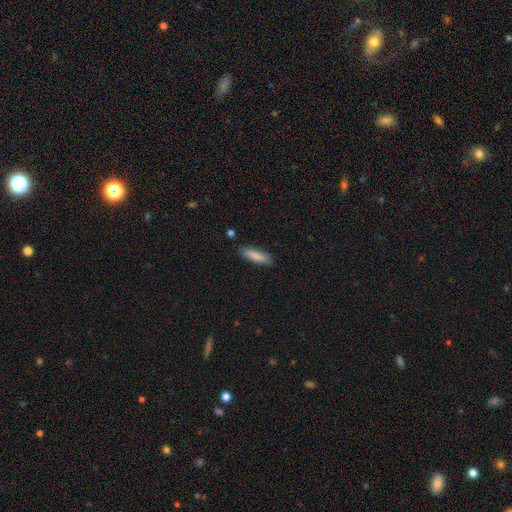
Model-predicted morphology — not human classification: Smooth or featured?
  - smooth: 83% *
  - featured or disk: 11%
  - star or artifact: 6%
How rounded?
  - cigar-shaped: 66% *
  - in between: 32%
  - round: 2%
Merging?
  - none: 85% *
  - minor disturbance: 12%
  - major disturbance: 2%
  - merger: 2%